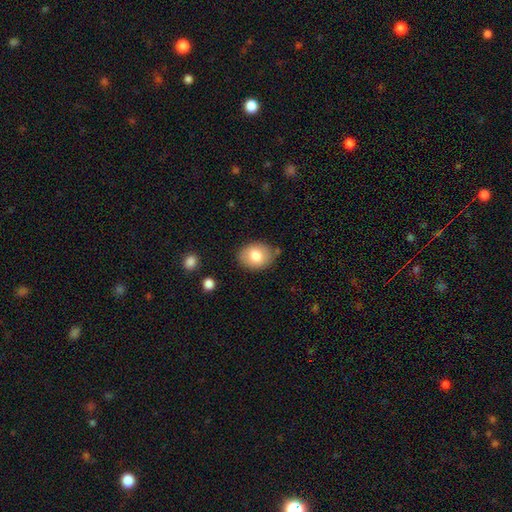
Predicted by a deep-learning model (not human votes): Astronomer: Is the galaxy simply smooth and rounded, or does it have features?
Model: smooth — 79%.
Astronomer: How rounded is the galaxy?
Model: in between — 65%.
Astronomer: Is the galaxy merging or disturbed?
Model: none — 80%.